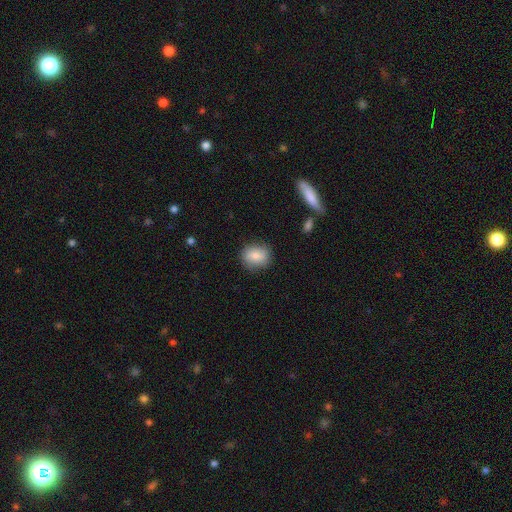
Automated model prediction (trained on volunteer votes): Q: Smooth or featured?
A: smooth (82%); runner-up: featured or disk (10%)
Q: How rounded?
A: round (55%); runner-up: in between (43%)
Q: Merging?
A: none (83%); runner-up: minor disturbance (13%)